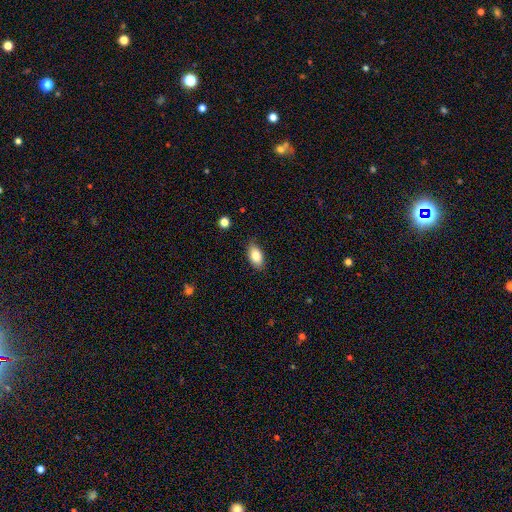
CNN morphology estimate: The model was most divided on "merging": none: 83%, minor disturbance: 13%, major disturbance: 2%, merger: 1%. More confident: how rounded — in between (91%); smooth or featured — smooth (81%).